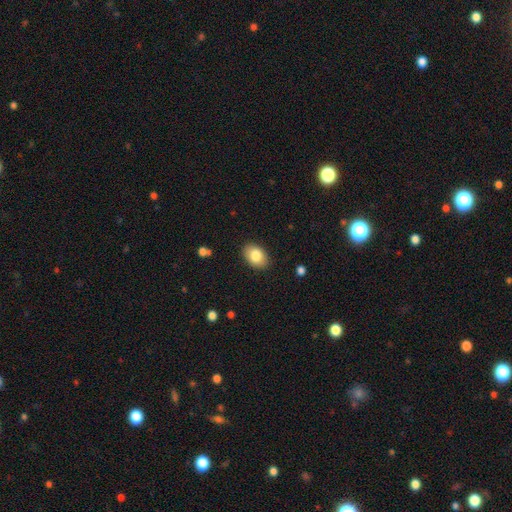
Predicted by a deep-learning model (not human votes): smooth 83%, featured or disk 10%, star or artifact 7%. Down the decision tree: how rounded — in between (84%); merging — none (87%).